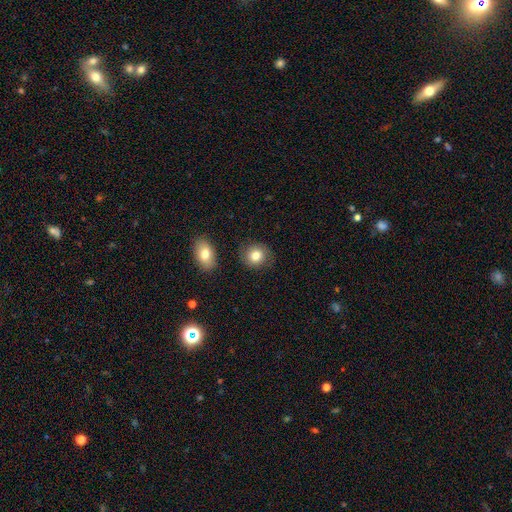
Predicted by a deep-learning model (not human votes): Q: Smooth or featured?
A: smooth (82%); runner-up: featured or disk (9%)
Q: How rounded?
A: round (80%); runner-up: in between (19%)
Q: Merging?
A: none (84%); runner-up: minor disturbance (10%)